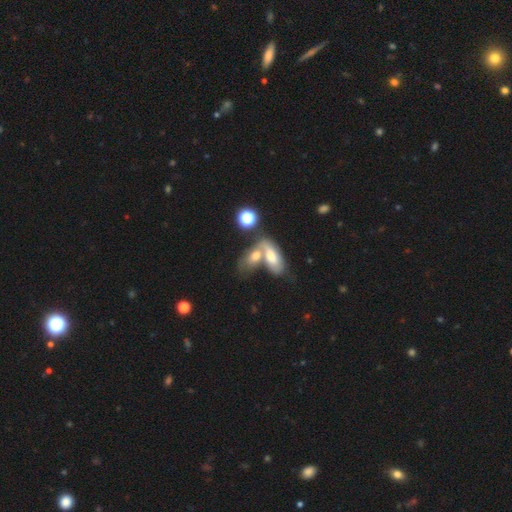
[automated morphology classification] type=smooth (60%); roundness=in between (82%); merging=merger (65%).